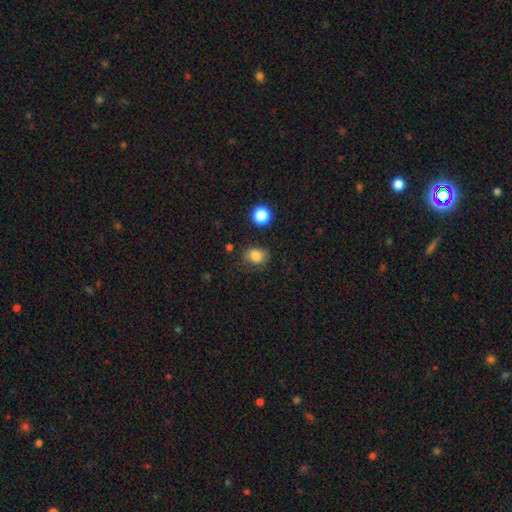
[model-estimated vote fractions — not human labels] Smooth or featured? smooth (82%)
How rounded? in between (52%)
Merging? none (72%)